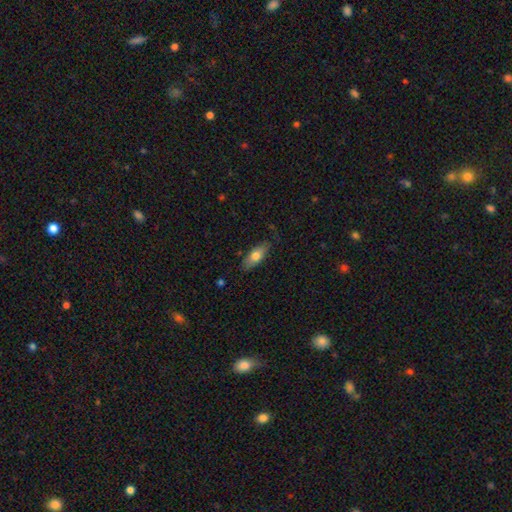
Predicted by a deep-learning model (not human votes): smooth_or_featured: smooth (p=0.69) [alt: featured or disk p=0.25]
how_rounded: in between (p=0.71) [alt: cigar-shaped p=0.26]
merging: none (p=0.78) [alt: minor disturbance p=0.17]